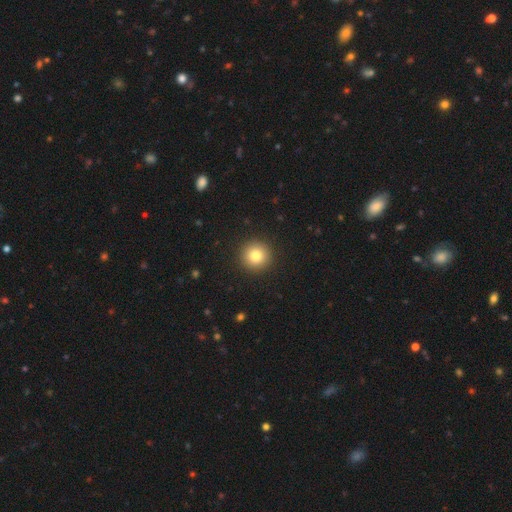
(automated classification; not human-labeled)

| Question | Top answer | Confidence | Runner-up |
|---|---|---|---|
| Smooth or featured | smooth | 81% | star or artifact (11%) |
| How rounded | round | 95% | in between (4%) |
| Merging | none | 93% | minor disturbance (5%) |